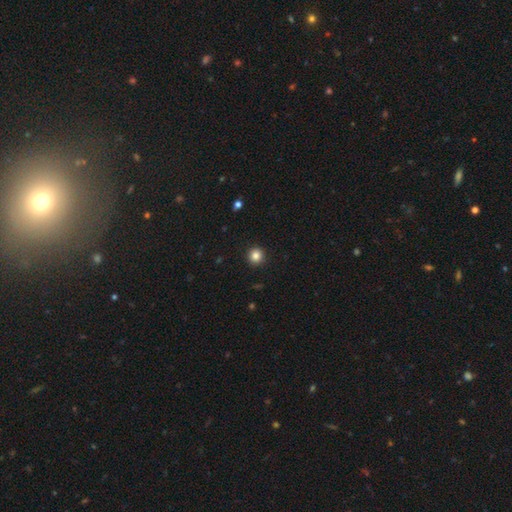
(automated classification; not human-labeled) Smooth or featured?
  - smooth: 84% *
  - star or artifact: 11%
  - featured or disk: 5%
How rounded?
  - round: 95% *
  - in between: 4%
  - cigar-shaped: 1%
Merging?
  - none: 93% *
  - minor disturbance: 4%
  - major disturbance: 2%
  - merger: 1%